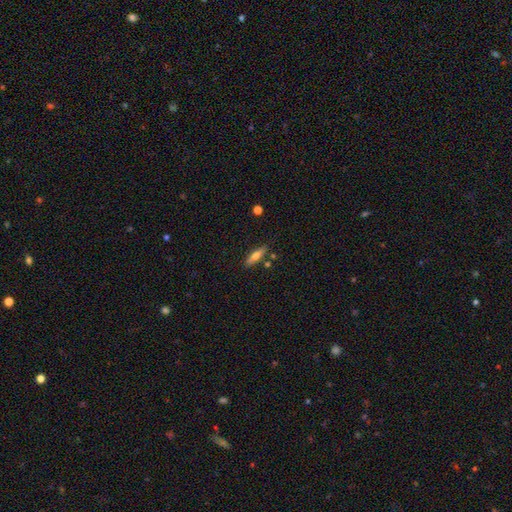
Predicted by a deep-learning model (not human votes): A smooth galaxy with no disk features (61%) that is cigar-shaped (66%).

Vote fractions:
- Smooth or featured? smooth: 61% / featured or disk: 32% / star or artifact: 7%
- How rounded? cigar-shaped: 66% / in between: 32% / round: 2%
- Merging? none: 81% / minor disturbance: 11% / merger: 5% / major disturbance: 3%